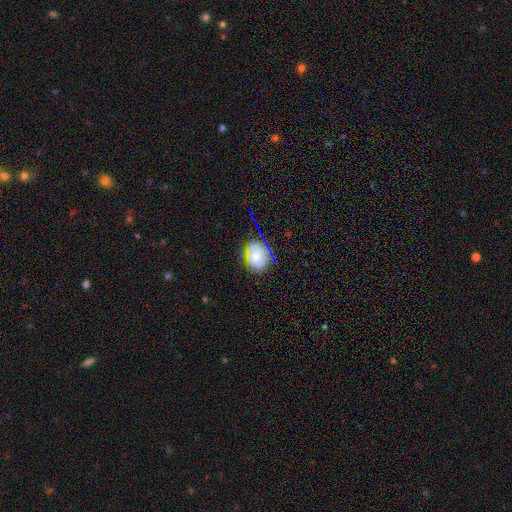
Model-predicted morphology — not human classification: Smooth or featured?
  - smooth: 58% *
  - featured or disk: 25%
  - star or artifact: 17%
How rounded?
  - round: 54% *
  - in between: 45%
  - cigar-shaped: 1%
Merging?
  - none: 73% *
  - minor disturbance: 19%
  - major disturbance: 6%
  - merger: 2%